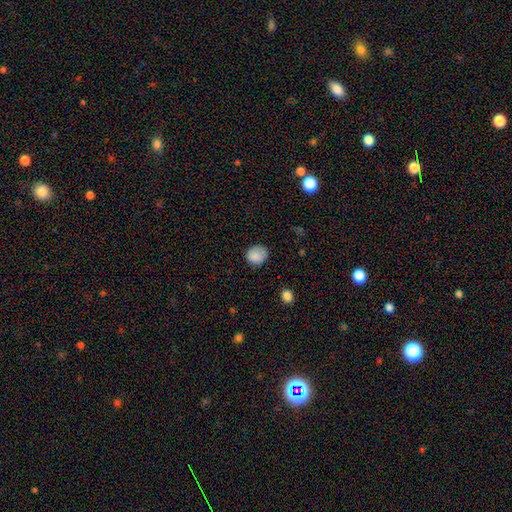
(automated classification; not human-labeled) smooth 86%, star or artifact 9%, featured or disk 5%. Down the decision tree: how rounded — round (77%); merging — none (78%).